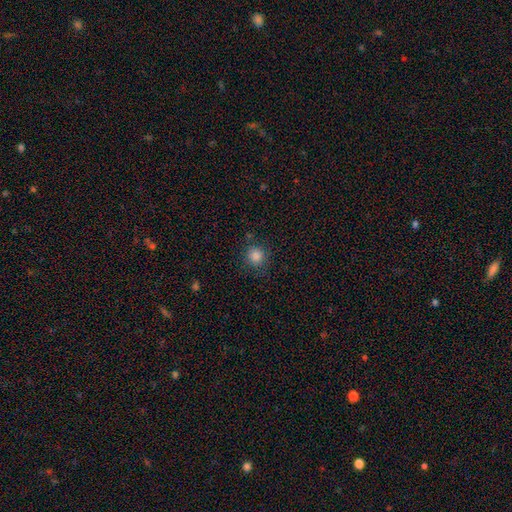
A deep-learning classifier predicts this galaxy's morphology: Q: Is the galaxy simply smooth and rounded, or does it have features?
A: smooth — 84%.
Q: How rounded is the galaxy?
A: round — 91%.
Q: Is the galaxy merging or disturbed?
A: none — 83%.